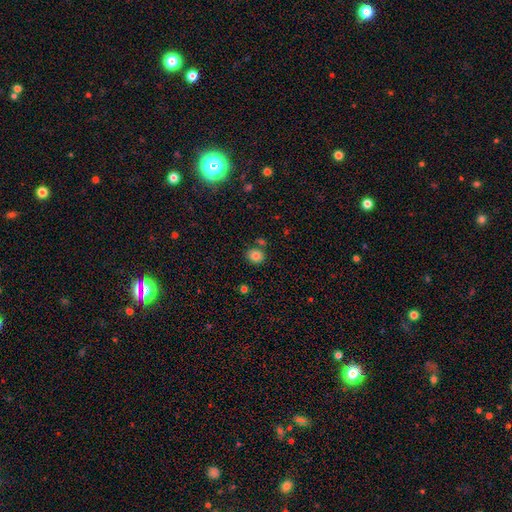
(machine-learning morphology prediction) Smooth or featured: smooth — 85% (star or artifact — 10%)
How rounded: round — 68% (in between — 31%)
Merging: none — 74% (minor disturbance — 11%)